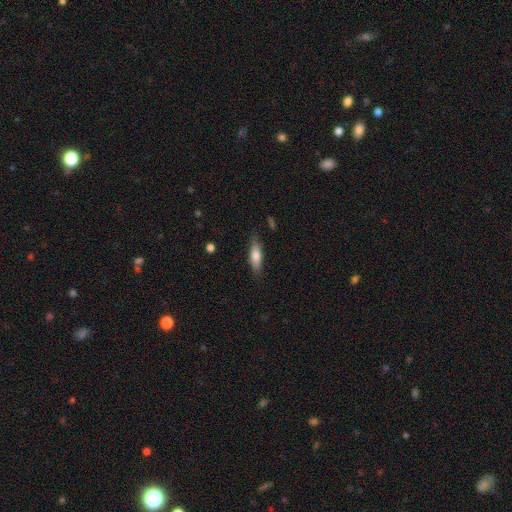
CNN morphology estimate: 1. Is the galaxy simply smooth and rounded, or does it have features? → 69% smooth, 25% featured or disk, 7% star or artifact.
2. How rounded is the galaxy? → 58% cigar-shaped, 40% in between, 2% round.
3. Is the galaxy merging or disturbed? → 81% none, 14% minor disturbance, 3% major disturbance, 1% merger.